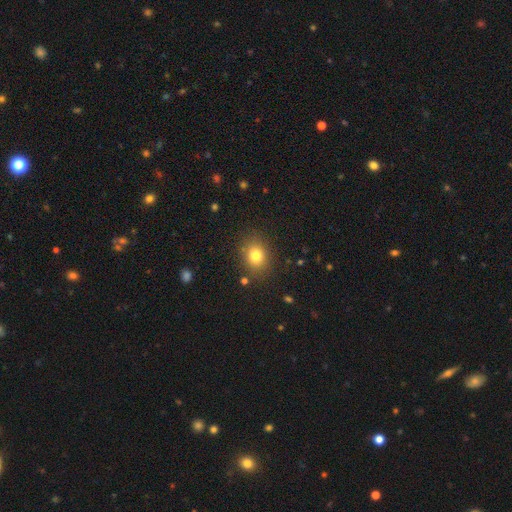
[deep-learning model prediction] A smooth galaxy with no disk features (80%) that is round (57%). Merging: none (85%).